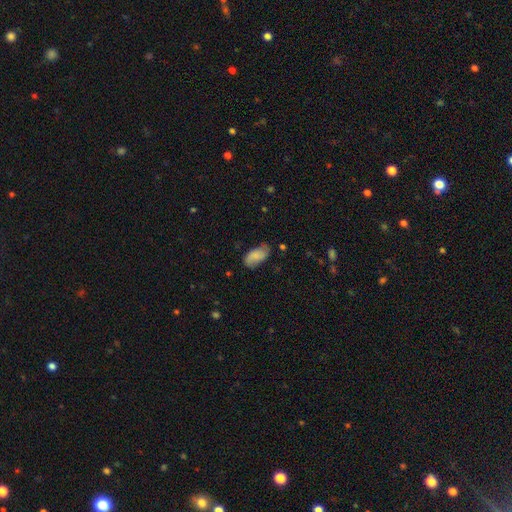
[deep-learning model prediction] Smooth or featured? smooth (67%)
How rounded? in between (93%)
Merging? none (68%)